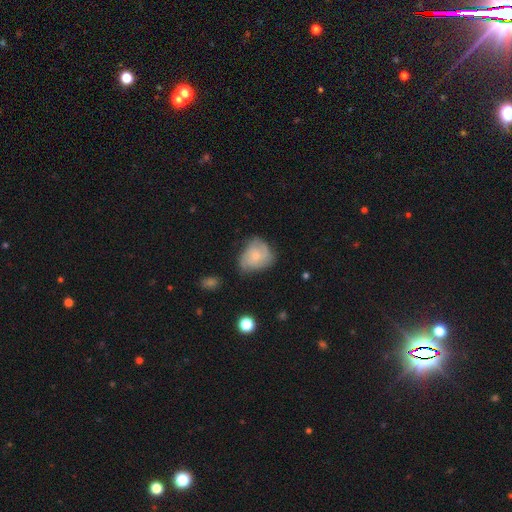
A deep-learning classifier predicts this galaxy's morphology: Smooth or featured? Predicted: featured or disk (p=0.48). Merging? Predicted: none (p=0.52).